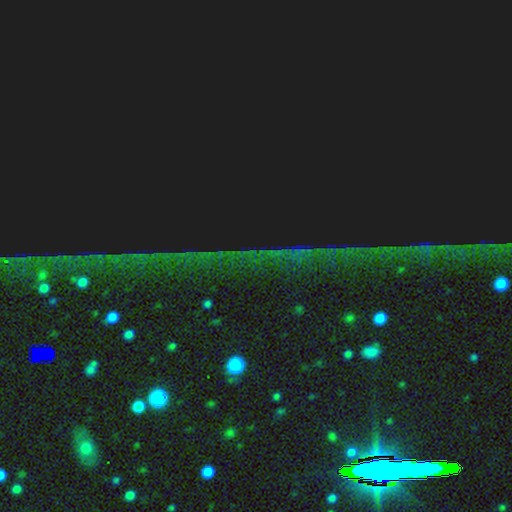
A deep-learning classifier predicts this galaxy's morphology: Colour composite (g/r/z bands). It shows a star or artifact, not a galaxy (87%).